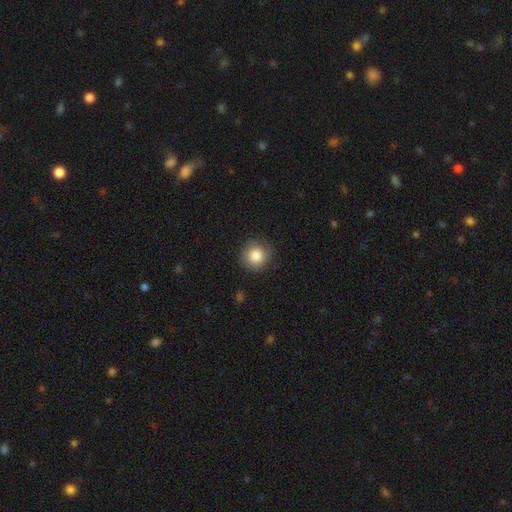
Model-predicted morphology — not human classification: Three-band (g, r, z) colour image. It shows a smooth galaxy with no disk features (84%) that is round (92%). Merging: none (84%).